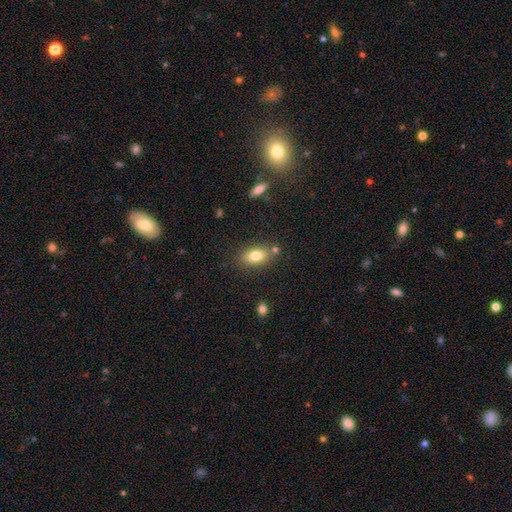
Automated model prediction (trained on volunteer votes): Smooth or featured? smooth (78%)
How rounded? in between (86%)
Merging? none (76%)